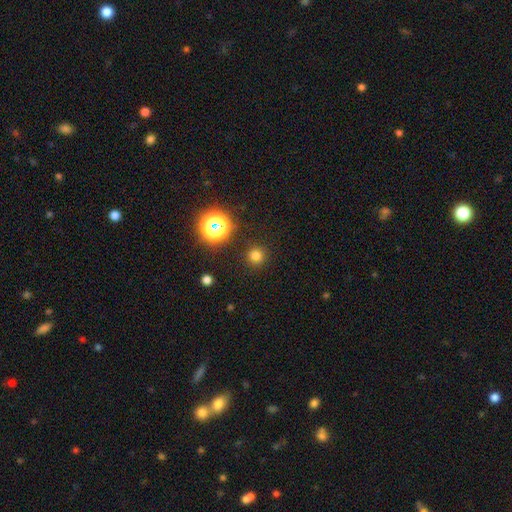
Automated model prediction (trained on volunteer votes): Smooth or featured: smooth — 76% (star or artifact — 19%)
How rounded: round — 95% (in between — 4%)
Merging: none — 90% (minor disturbance — 6%)